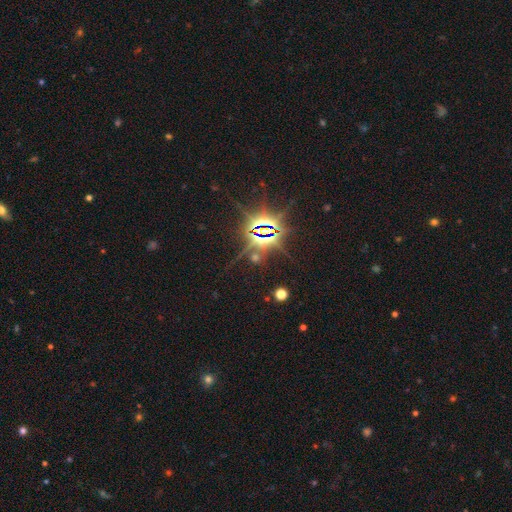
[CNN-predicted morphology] Q: Smooth or featured?
A: star or artifact (84%); runner-up: featured or disk (9%)